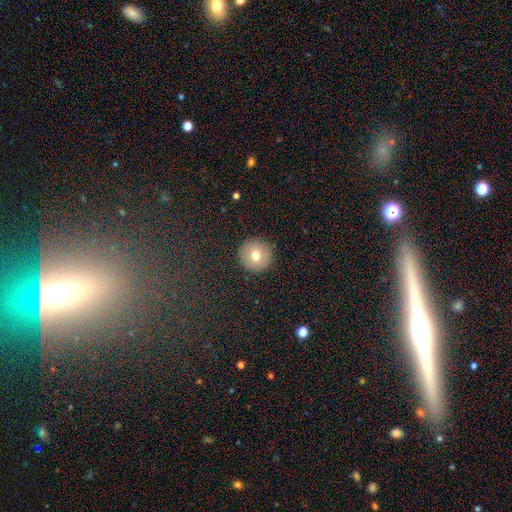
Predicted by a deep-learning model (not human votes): Smooth or featured: smooth — 73% (featured or disk — 17%)
How rounded: round — 96% (in between — 3%)
Merging: none — 91% (minor disturbance — 6%)